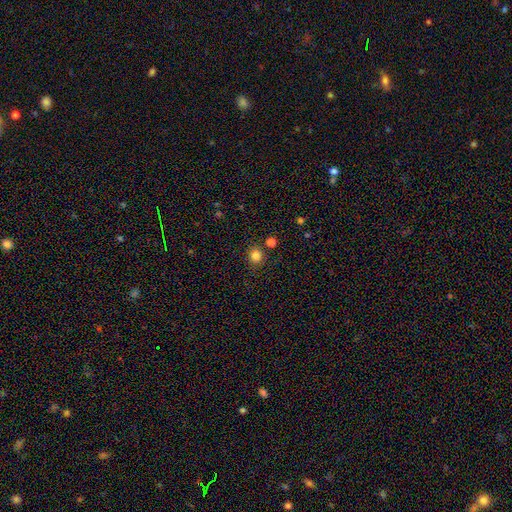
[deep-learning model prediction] Morphology: type=smooth (82%); roundness=round (82%); merging=none (83%).